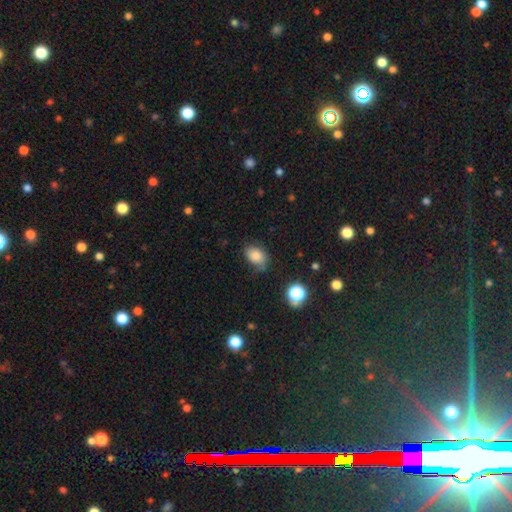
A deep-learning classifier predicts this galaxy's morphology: smooth_or_featured: smooth (p=0.83) [alt: star or artifact p=0.11]
how_rounded: in between (p=0.75) [alt: round p=0.24]
merging: none (p=0.64) [alt: minor disturbance p=0.27]